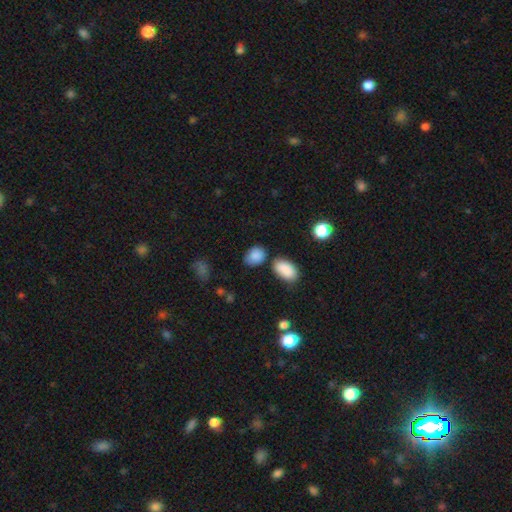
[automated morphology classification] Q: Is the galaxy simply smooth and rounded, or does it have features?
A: smooth — 86%.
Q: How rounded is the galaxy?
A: in between — 73%.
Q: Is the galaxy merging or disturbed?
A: none — 68%.